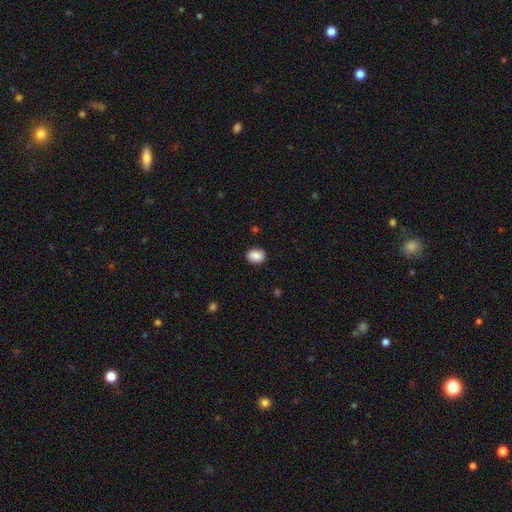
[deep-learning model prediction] A smooth galaxy with no disk features (86%) that is in between round and cigar-shaped (56%). Merging: none (86%).